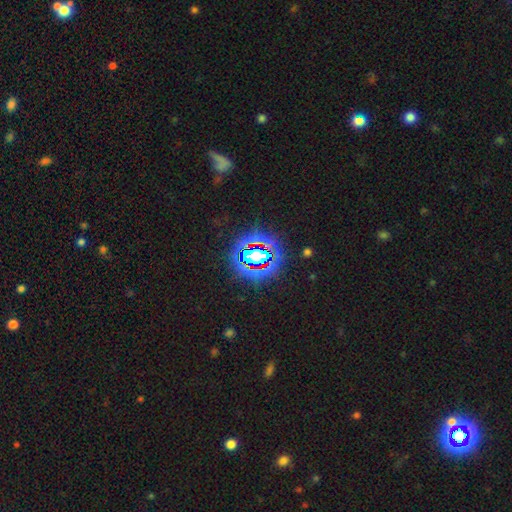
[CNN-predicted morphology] star or artifact 70%, smooth 18%, featured or disk 12%.